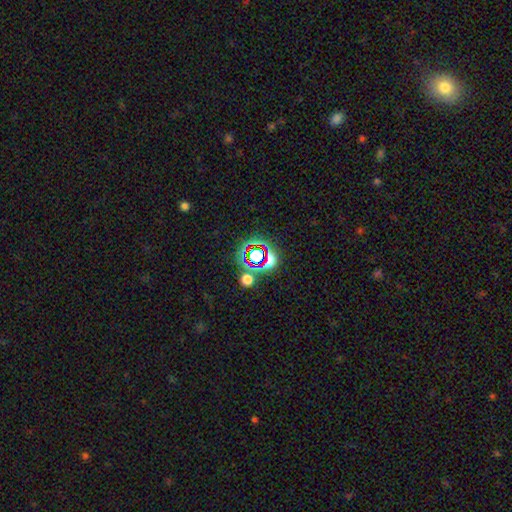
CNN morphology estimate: This appears to be a star or artifact, not a galaxy (61%).